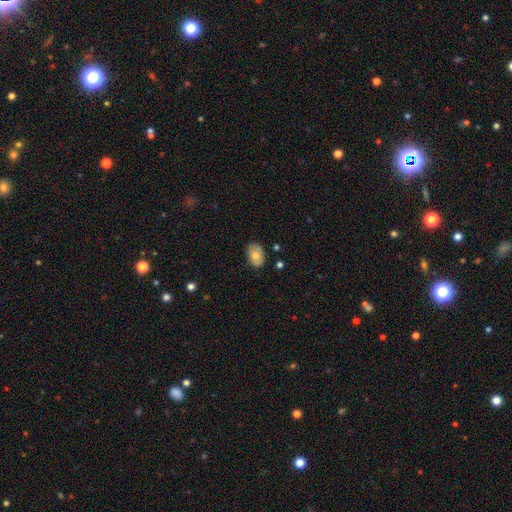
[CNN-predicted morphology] Smooth or featured?
  - smooth: 69% *
  - featured or disk: 24%
  - star or artifact: 7%
How rounded?
  - in between: 85% *
  - round: 14%
  - cigar-shaped: 1%
Merging?
  - none: 80% *
  - minor disturbance: 16%
  - major disturbance: 3%
  - merger: 2%